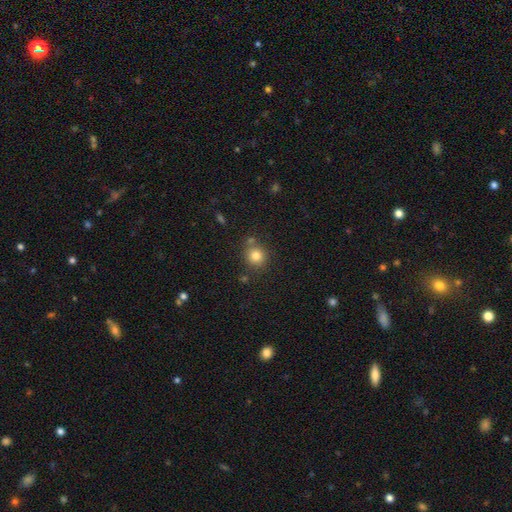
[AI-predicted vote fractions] Smooth or featured?
  - smooth: 81% *
  - star or artifact: 12%
  - featured or disk: 7%
How rounded?
  - round: 87% *
  - in between: 13%
  - cigar-shaped: 1%
Merging?
  - none: 76% *
  - merger: 10%
  - minor disturbance: 10%
  - major disturbance: 3%